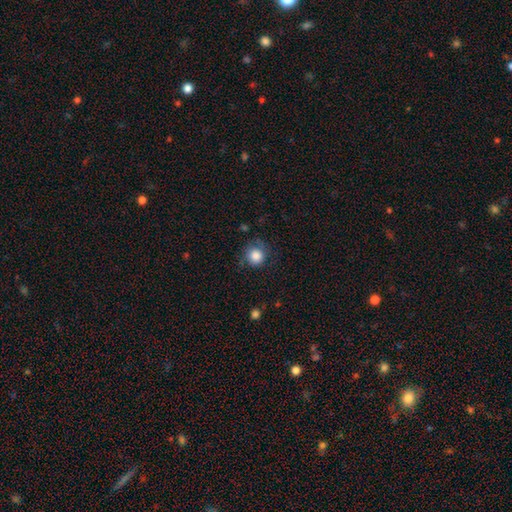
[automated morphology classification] Overall: smooth (83%). How rounded: round (89%). Merging: none (67%).